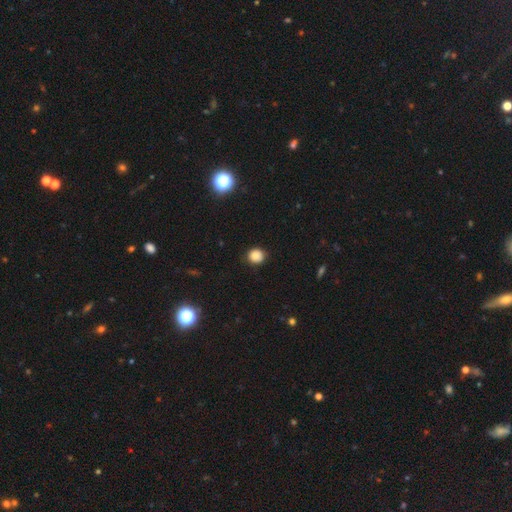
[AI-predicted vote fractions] This appears to be a smooth galaxy with no disk features (85%) that is round (86%). Merging: none (84%).